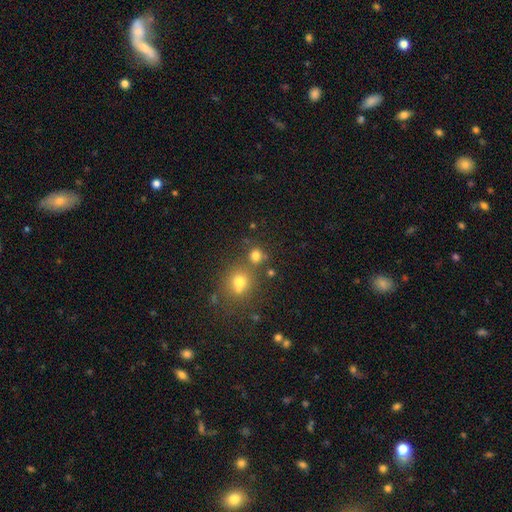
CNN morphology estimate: A smooth galaxy with no disk features (74%) that is round (85%). Merging: none (66%).